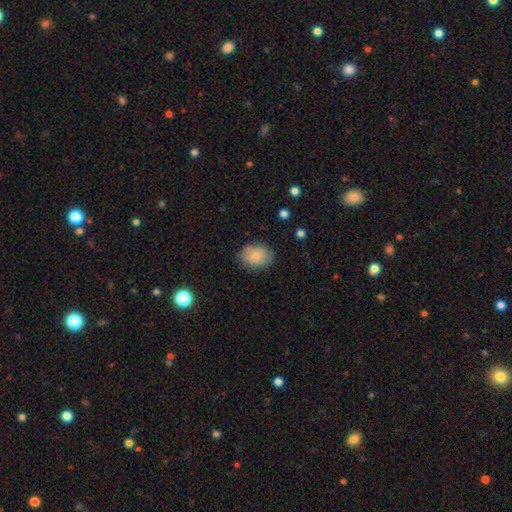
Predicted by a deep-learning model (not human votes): This appears to be a smooth galaxy with no disk features (72%) that is in between round and cigar-shaped (65%). Merging: none (82%).